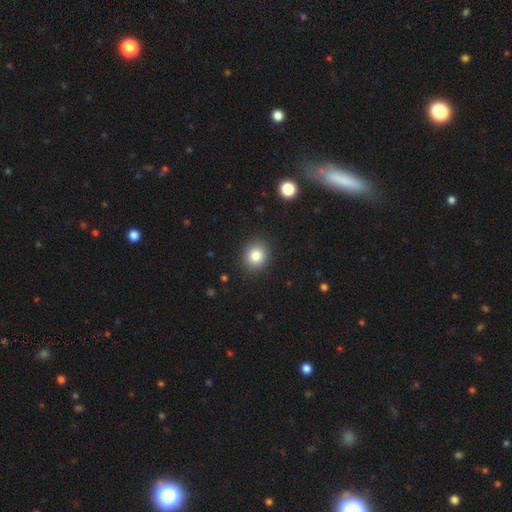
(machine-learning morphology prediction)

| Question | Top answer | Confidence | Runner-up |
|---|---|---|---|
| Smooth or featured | smooth | 83% | star or artifact (10%) |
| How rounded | round | 74% | in between (25%) |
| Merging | none | 90% | minor disturbance (7%) |